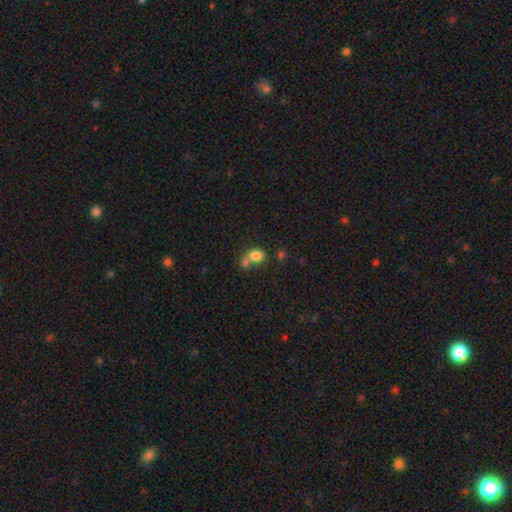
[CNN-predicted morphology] smooth_or_featured: smooth (p=0.79) [alt: featured or disk p=0.11]
how_rounded: in between (p=0.57) [alt: round p=0.41]
merging: merger (p=0.51) [alt: none p=0.33]